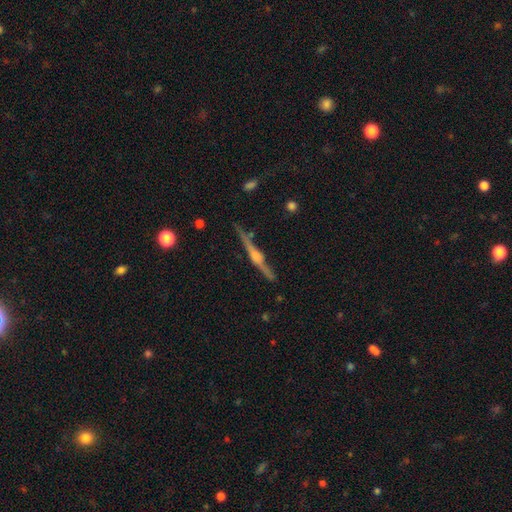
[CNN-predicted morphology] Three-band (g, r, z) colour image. It shows a featured or disk galaxy (84%) viewed edge-on (98%) with a rounded central bulge (84%). Merging: none (85%).